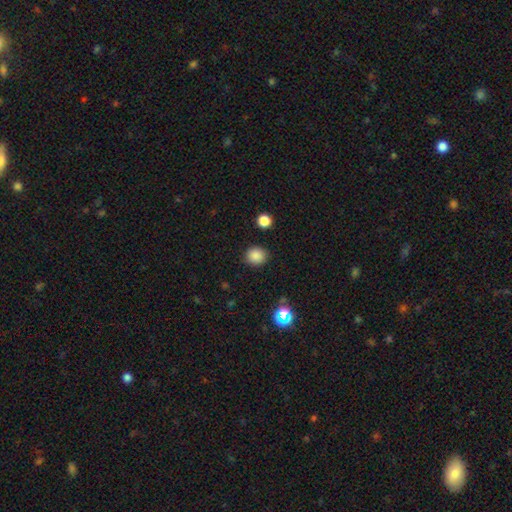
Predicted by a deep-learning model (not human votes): smooth-or-featured: smooth: 85% | star or artifact: 11% | featured or disk: 3%
  how-rounded: round: 82% | in between: 17% | cigar-shaped: 1%
  merging: none: 89% | minor disturbance: 7% | major disturbance: 2% | merger: 2%